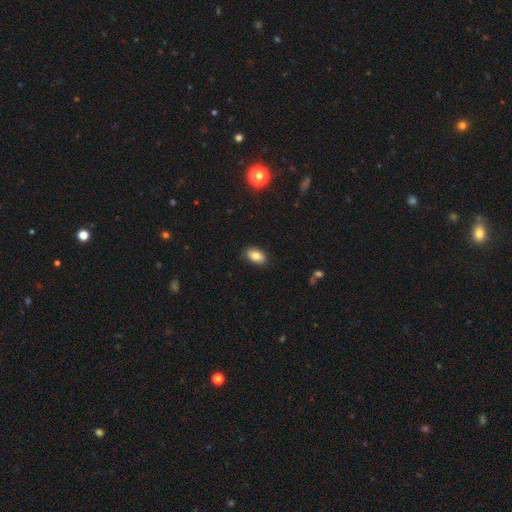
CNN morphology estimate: Smooth or featured? smooth (83%)
How rounded? in between (91%)
Merging? none (86%)